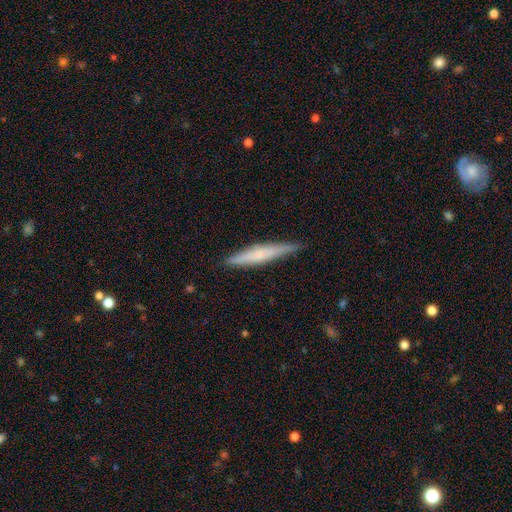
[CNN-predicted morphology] A smooth galaxy with no disk features (51%) that is cigar-shaped (95%). Merging: none (89%).